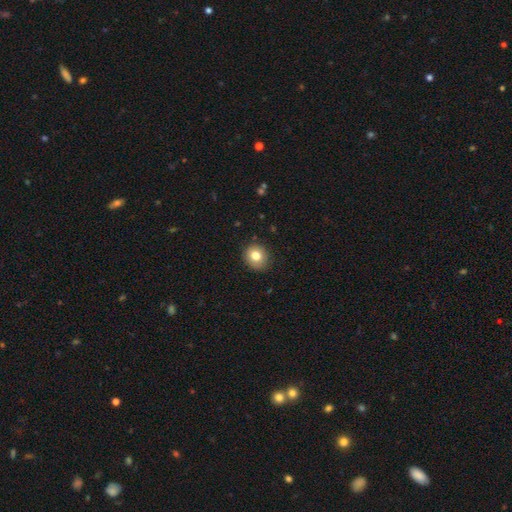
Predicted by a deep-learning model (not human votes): A smooth galaxy with no disk features (79%) that is round (75%). Merging: none (84%).